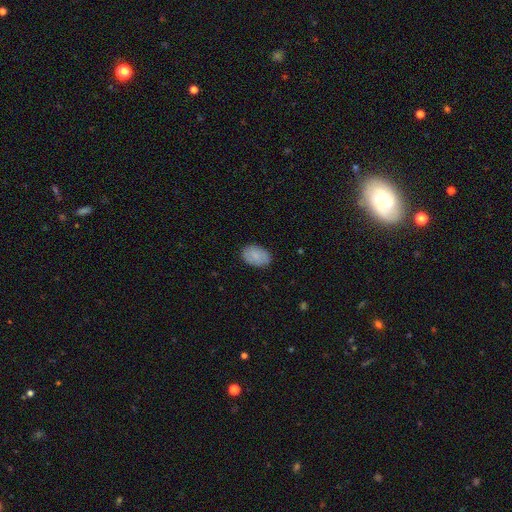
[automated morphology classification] A smooth galaxy with no disk features (86%) that is in between round and cigar-shaped (88%). Merging: none (85%).